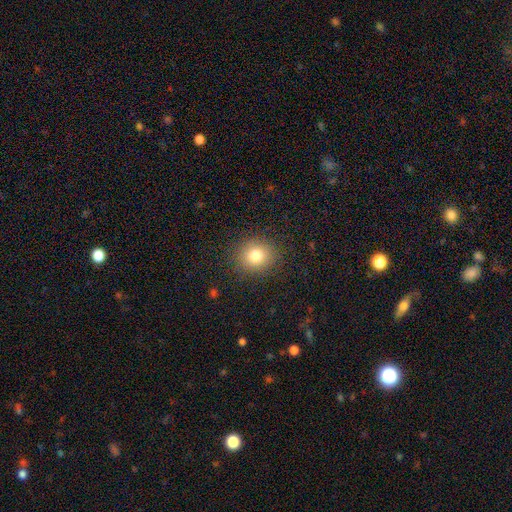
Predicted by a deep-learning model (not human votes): A smooth galaxy with no disk features (80%) that is round (78%).

Vote fractions:
- Smooth or featured? smooth: 80% / star or artifact: 12% / featured or disk: 8%
- How rounded? round: 78% / in between: 21% / cigar-shaped: 1%
- Merging? none: 89% / minor disturbance: 8% / major disturbance: 3% / merger: 1%